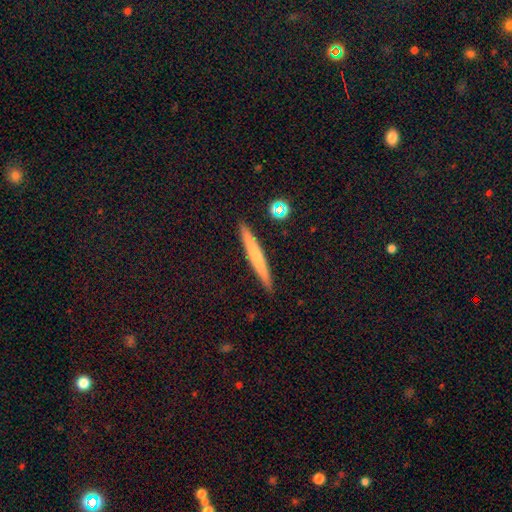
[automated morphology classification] The model was most divided on "smooth or featured": smooth: 52%, featured or disk: 41%, star or artifact: 7%. More confident: how rounded — cigar-shaped (96%); merging — none (92%).